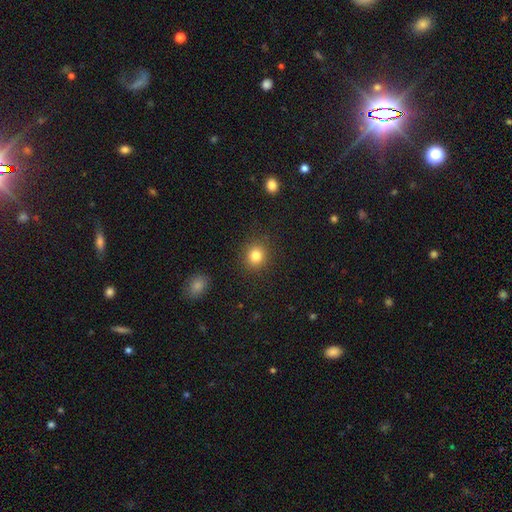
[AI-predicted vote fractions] A smooth galaxy with no disk features (82%) that is round (83%).

Vote fractions:
- Smooth or featured? smooth: 82% / star or artifact: 11% / featured or disk: 6%
- How rounded? round: 83% / in between: 16% / cigar-shaped: 1%
- Merging? none: 89% / minor disturbance: 7% / major disturbance: 3% / merger: 1%